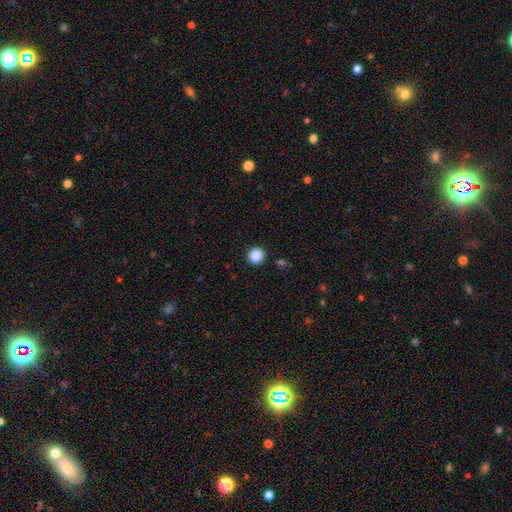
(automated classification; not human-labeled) Smooth or featured: smooth — 88% (star or artifact — 10%)
How rounded: round — 94% (in between — 5%)
Merging: none — 91% (minor disturbance — 6%)